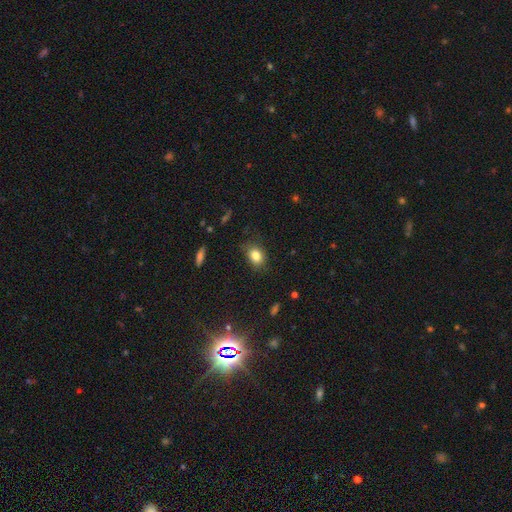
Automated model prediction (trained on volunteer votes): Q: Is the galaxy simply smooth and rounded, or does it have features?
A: smooth — 82%.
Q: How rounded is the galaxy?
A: in between — 65%.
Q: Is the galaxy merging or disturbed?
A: none — 77%.